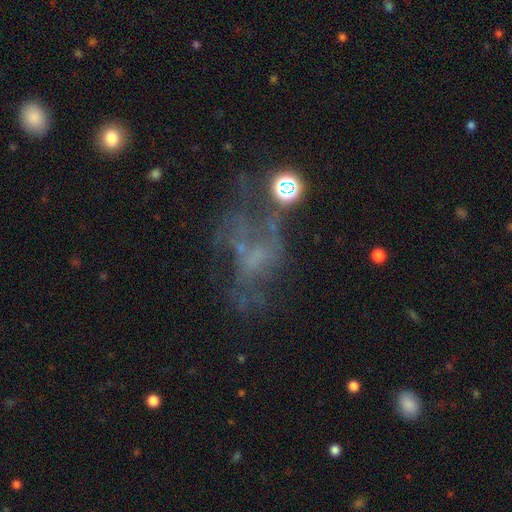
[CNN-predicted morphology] smooth_or_featured: featured or disk (p=0.53) [alt: star or artifact p=0.26]
disk_edge_on: no (p=0.96) [alt: yes p=0.04]
bar: no (p=0.81) [alt: weak p=0.15]
has_spiral_arms: no (p=0.77) [alt: yes p=0.23]
bulge_size: none (p=0.67) [alt: small p=0.19]
merging: major disturbance (p=0.38) [alt: none p=0.34]